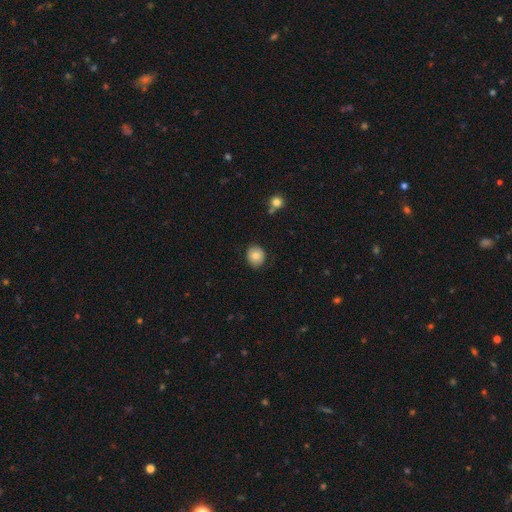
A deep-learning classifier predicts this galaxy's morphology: Smooth or featured? Predicted: smooth (p=0.80). How rounded? Predicted: round (p=0.81). Merging? Predicted: none (p=0.86).